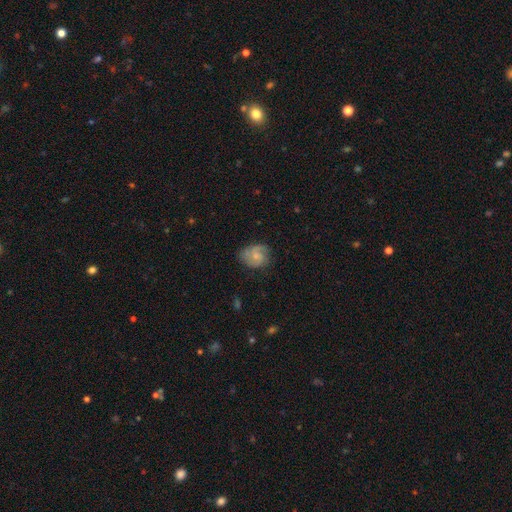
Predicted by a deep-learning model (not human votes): A featured or disk galaxy (61%) with no bar (68%), 2 (55%) medium (44%) spiral arms (90%) and a small central bulge (59%). Merging: none (65%).